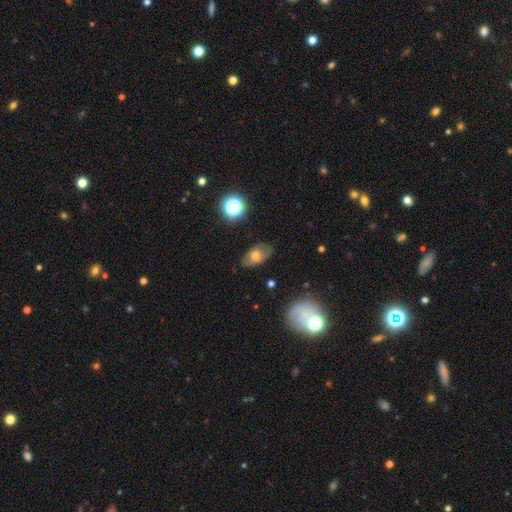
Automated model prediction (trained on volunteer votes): The model was most divided on "smooth or featured": smooth: 56%, featured or disk: 32%, star or artifact: 12%. More confident: how rounded — in between (88%); merging — none (73%).